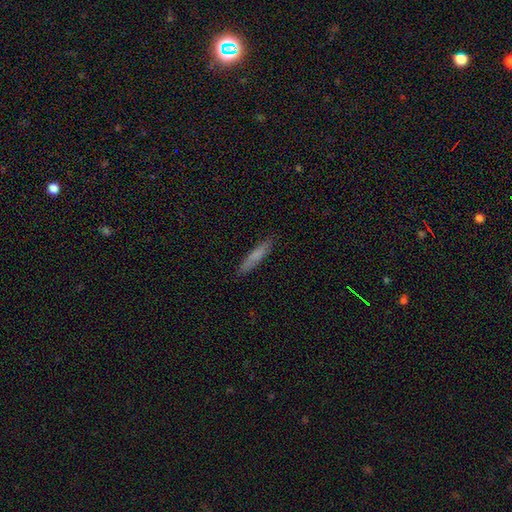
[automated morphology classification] A smooth galaxy with no disk features (71%) that is cigar-shaped (90%). Merging: none (87%).